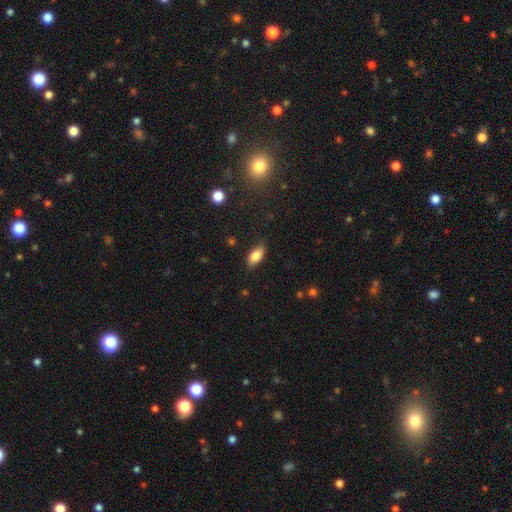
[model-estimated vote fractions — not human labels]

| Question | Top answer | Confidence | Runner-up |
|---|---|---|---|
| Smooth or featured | smooth | 84% | featured or disk (9%) |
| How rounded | in between | 89% | cigar-shaped (7%) |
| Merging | none | 84% | minor disturbance (12%) |